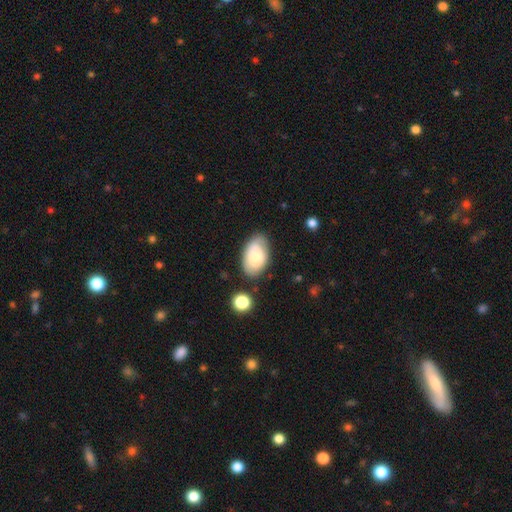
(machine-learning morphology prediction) Smooth or featured: smooth — 71% (featured or disk — 22%)
How rounded: in between — 93% (round — 6%)
Merging: none — 74% (minor disturbance — 18%)